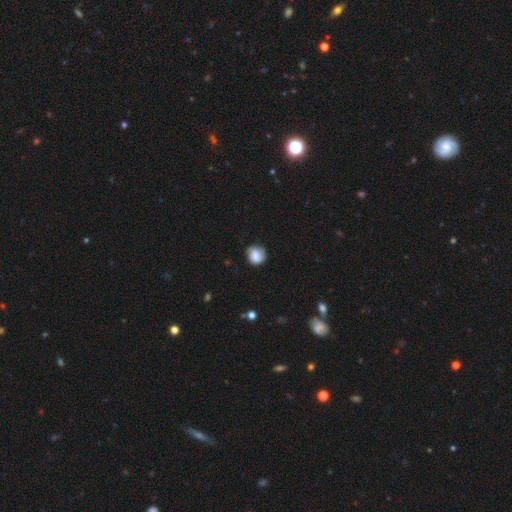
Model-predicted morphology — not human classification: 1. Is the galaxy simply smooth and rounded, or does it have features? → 78% smooth, 13% featured or disk, 9% star or artifact.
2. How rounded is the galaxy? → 76% round, 23% in between, 1% cigar-shaped.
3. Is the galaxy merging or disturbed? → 66% none, 25% minor disturbance, 7% major disturbance, 2% merger.